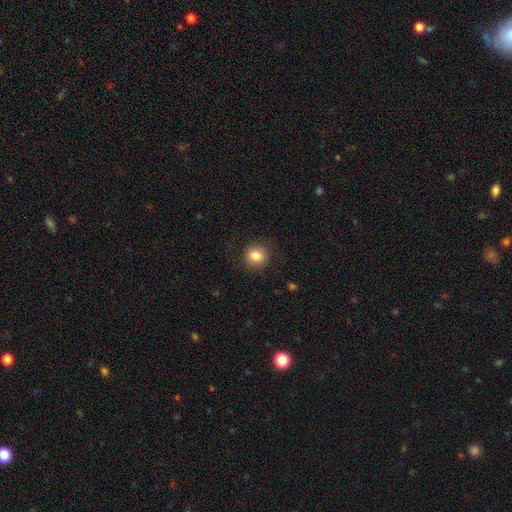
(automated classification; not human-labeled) smooth_or_featured: smooth (p=0.83) [alt: star or artifact p=0.09]
how_rounded: round (p=0.89) [alt: in between p=0.10]
merging: none (p=0.84) [alt: minor disturbance p=0.10]